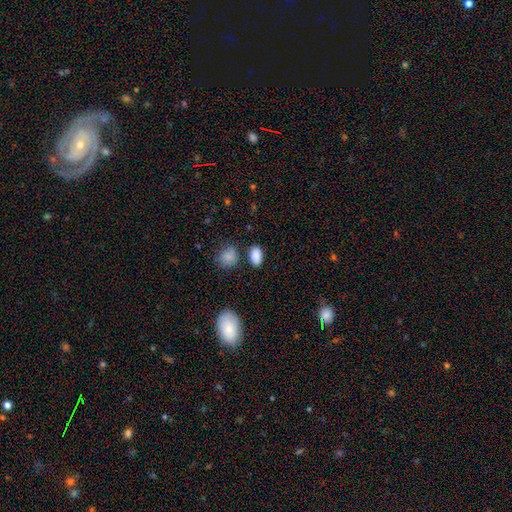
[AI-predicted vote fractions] Smooth or featured?
  - smooth: 87% *
  - star or artifact: 9%
  - featured or disk: 4%
How rounded?
  - in between: 88% *
  - round: 10%
  - cigar-shaped: 2%
Merging?
  - none: 79% *
  - minor disturbance: 12%
  - merger: 6%
  - major disturbance: 3%